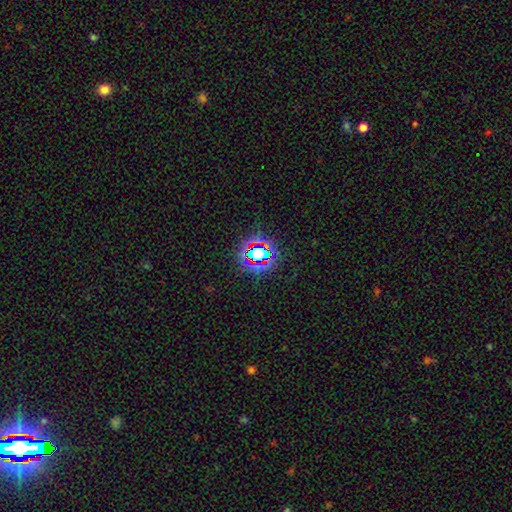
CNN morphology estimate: Overall: star or artifact (64%).